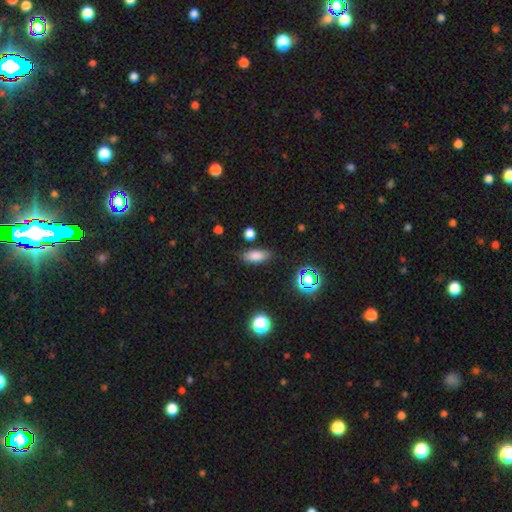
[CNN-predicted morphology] A smooth galaxy with no disk features (79%) that is in between round and cigar-shaped (79%). Merging: none (81%).